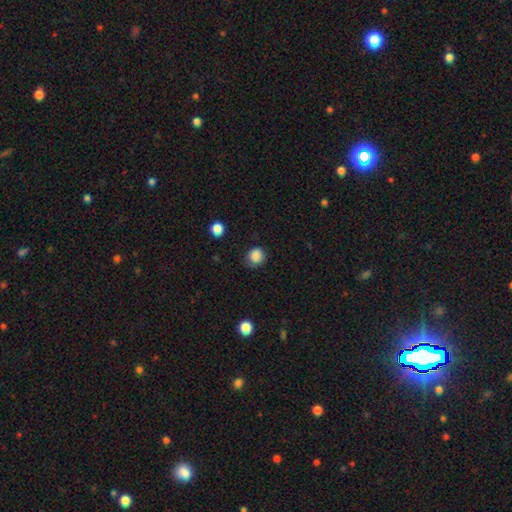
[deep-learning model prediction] smooth-or-featured: smooth: 86% | star or artifact: 10% | featured or disk: 4%
  how-rounded: round: 81% | in between: 18% | cigar-shaped: 1%
  merging: none: 74% | minor disturbance: 19% | major disturbance: 5% | merger: 1%